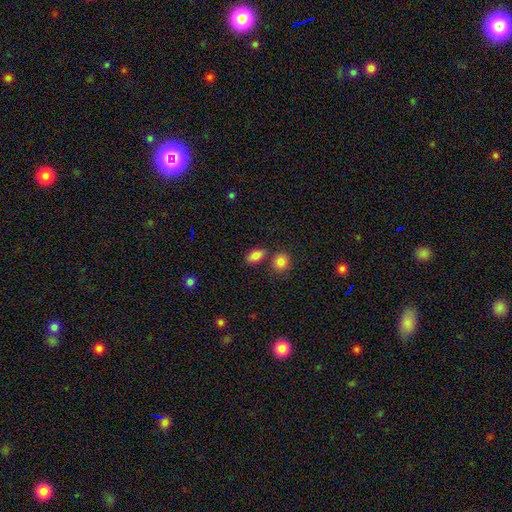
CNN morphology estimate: Q: Smooth or featured?
A: smooth (83%); runner-up: star or artifact (9%)
Q: How rounded?
A: in between (86%); runner-up: round (11%)
Q: Merging?
A: none (71%); runner-up: merger (15%)